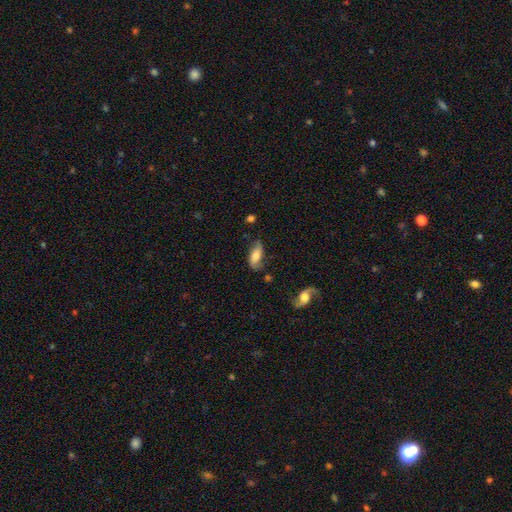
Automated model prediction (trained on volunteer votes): Smooth or featured? Predicted: smooth (p=0.59). How rounded? Predicted: in between (p=0.83). Merging? Predicted: none (p=0.60).